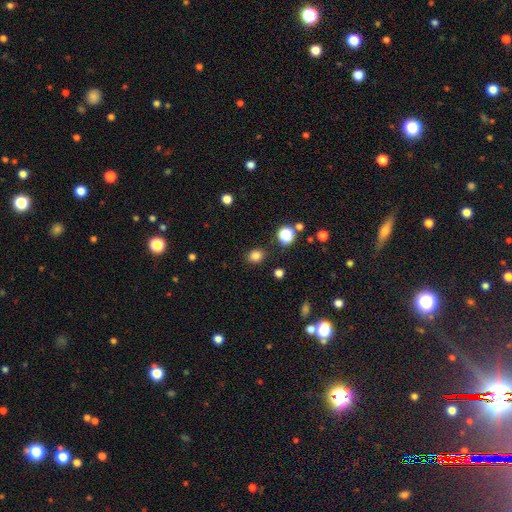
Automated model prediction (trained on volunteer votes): Smooth or featured?
  - smooth: 81% *
  - star or artifact: 15%
  - featured or disk: 4%
How rounded?
  - round: 60% *
  - in between: 39%
  - cigar-shaped: 1%
Merging?
  - none: 86% *
  - minor disturbance: 9%
  - major disturbance: 3%
  - merger: 2%